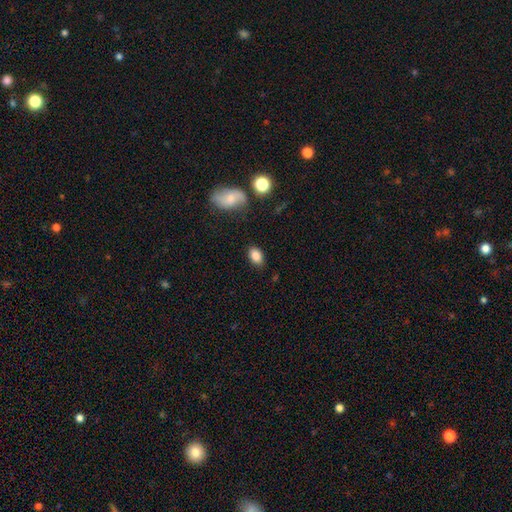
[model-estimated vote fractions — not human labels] This appears to be a smooth galaxy with no disk features (86%) that is in between round and cigar-shaped (84%). Merging: none (83%).